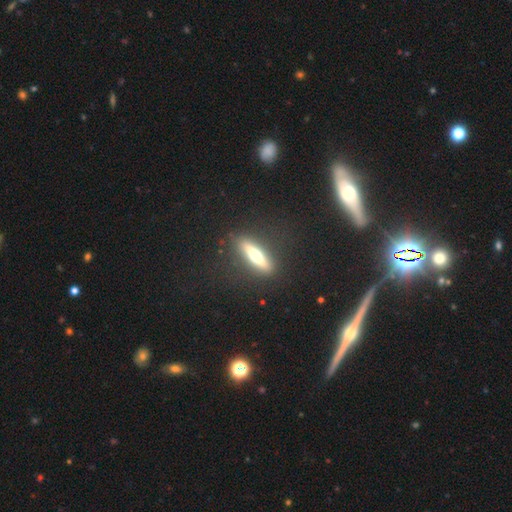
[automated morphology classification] This is possibly a featured or disk galaxy (49%). Merging: clearly none (86%).